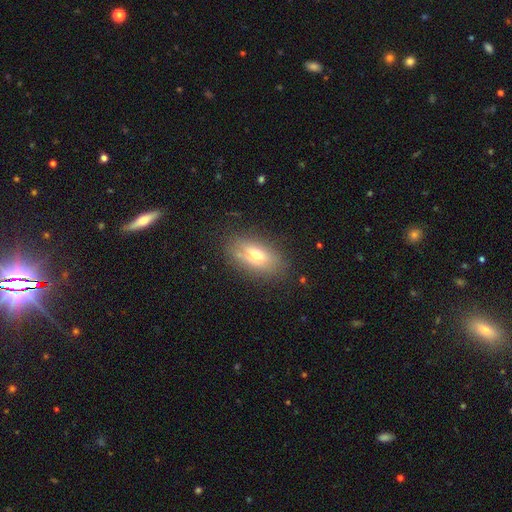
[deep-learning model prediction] The model was most divided on "smooth or featured": smooth: 57%, featured or disk: 32%, star or artifact: 10%. More confident: how rounded — in between (82%); merging — none (77%).